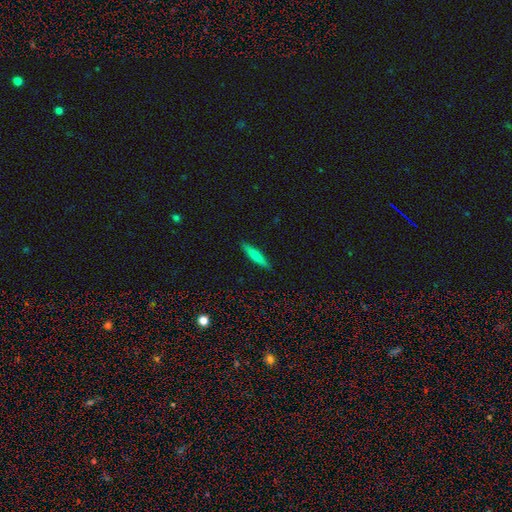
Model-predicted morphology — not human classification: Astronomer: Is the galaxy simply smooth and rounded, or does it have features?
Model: smooth — 68%.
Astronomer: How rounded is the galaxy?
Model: cigar-shaped — 89%.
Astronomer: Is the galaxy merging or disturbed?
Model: none — 91%.